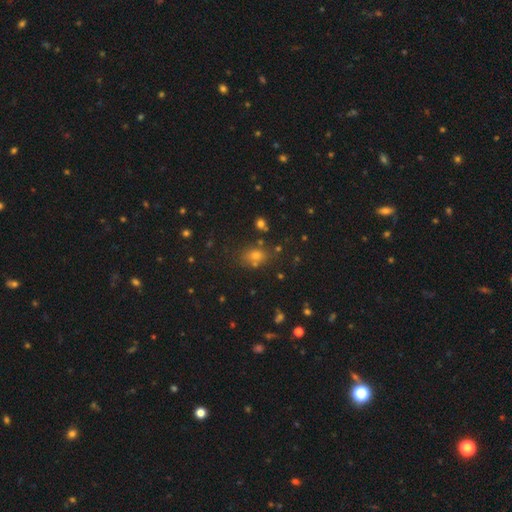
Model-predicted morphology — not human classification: This appears to be a smooth galaxy with no disk features (62%) that is in between round and cigar-shaped (54%). Merging: none (70%).